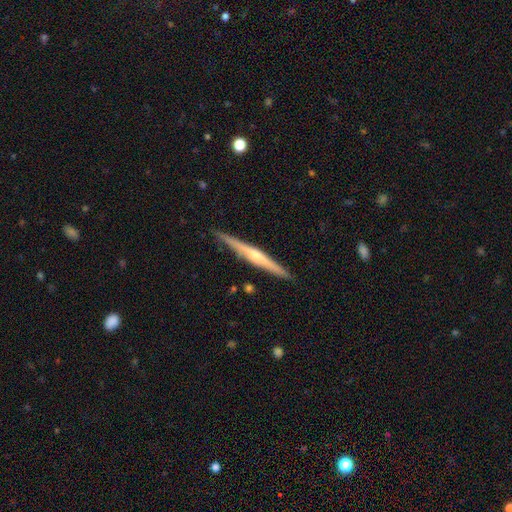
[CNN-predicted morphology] A featured or disk galaxy (71%) viewed edge-on (98%) with a rounded central bulge (75%). Merging: none (89%).